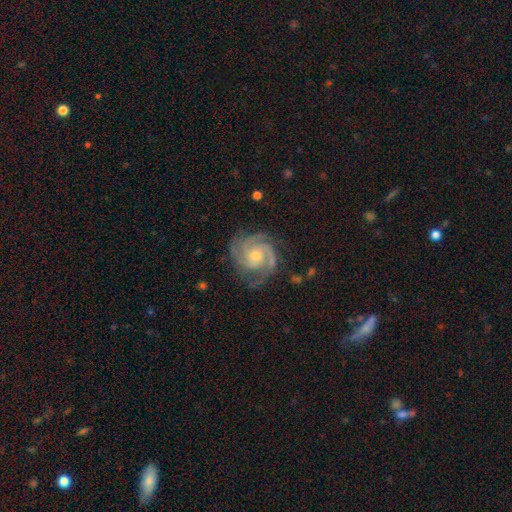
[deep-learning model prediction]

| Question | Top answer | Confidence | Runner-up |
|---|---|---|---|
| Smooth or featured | featured or disk | 92% | star or artifact (5%) |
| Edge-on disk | no | 98% | yes (2%) |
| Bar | no | 70% | weak (24%) |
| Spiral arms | yes | 99% | no (1%) |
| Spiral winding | tight | 65% | medium (31%) |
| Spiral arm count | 3 | 52% | 2 (23%) |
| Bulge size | moderate | 49% | small (45%) |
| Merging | none | 78% | minor disturbance (16%) |